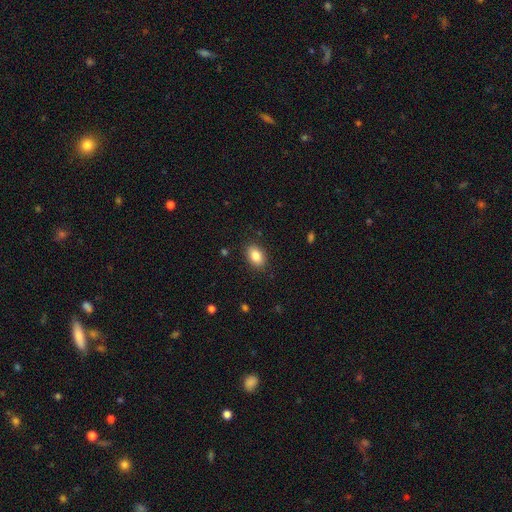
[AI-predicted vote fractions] Overall: smooth (87%). How rounded: in between (88%). Merging: none (87%).